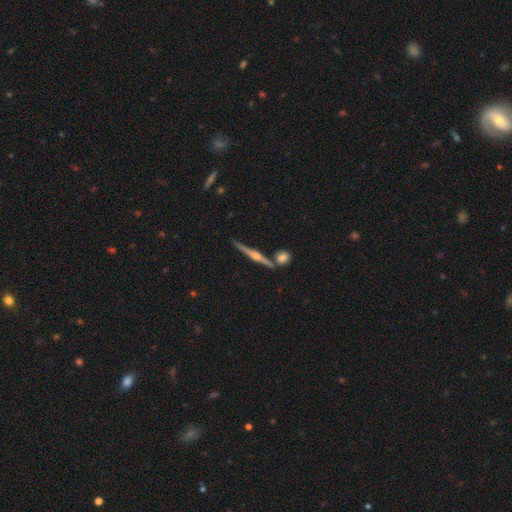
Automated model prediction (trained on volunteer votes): Morphology: type=featured or disk (84%); edge-on=yes (98%); edge-on bulge=rounded (88%); merging=none (83%).